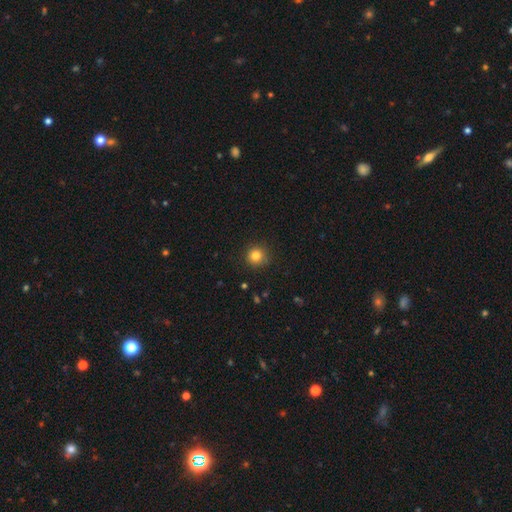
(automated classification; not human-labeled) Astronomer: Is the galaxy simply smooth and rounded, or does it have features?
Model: smooth — 83%.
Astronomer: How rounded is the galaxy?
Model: round — 94%.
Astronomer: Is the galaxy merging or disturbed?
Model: none — 89%.